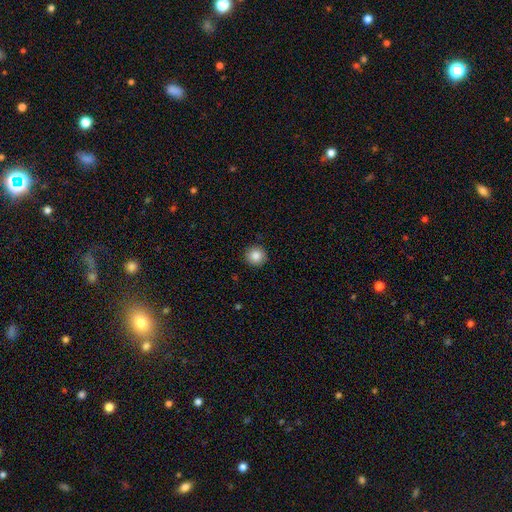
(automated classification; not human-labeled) Smooth or featured?
  - smooth: 86% *
  - star or artifact: 9%
  - featured or disk: 5%
How rounded?
  - round: 94% *
  - in between: 5%
  - cigar-shaped: 1%
Merging?
  - none: 91% *
  - minor disturbance: 6%
  - major disturbance: 2%
  - merger: 1%